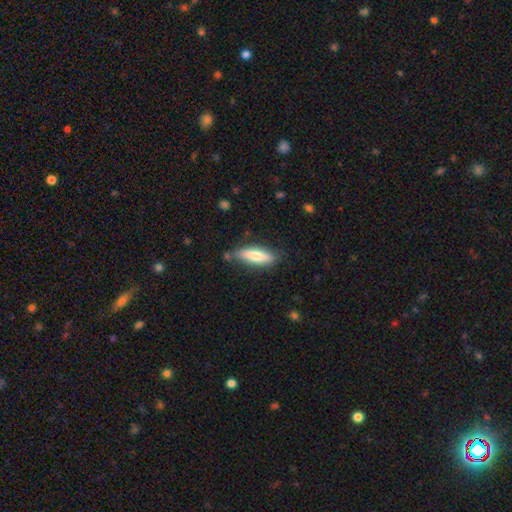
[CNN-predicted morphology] A smooth galaxy with no disk features (72%) that is cigar-shaped (60%). Merging: none (77%).